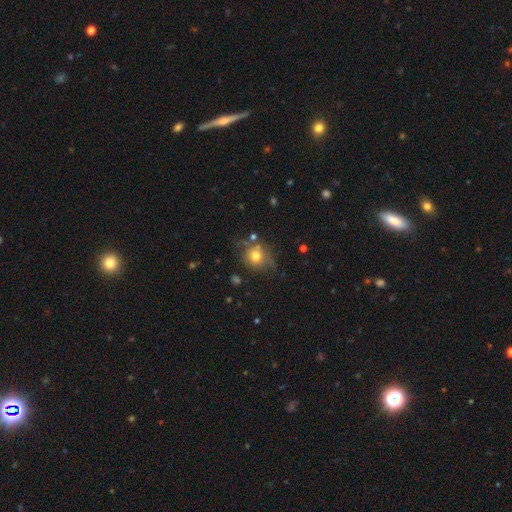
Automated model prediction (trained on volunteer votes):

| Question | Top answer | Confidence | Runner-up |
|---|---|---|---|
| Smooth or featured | smooth | 71% | featured or disk (16%) |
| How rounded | round | 81% | in between (18%) |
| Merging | none | 61% | minor disturbance (22%) |